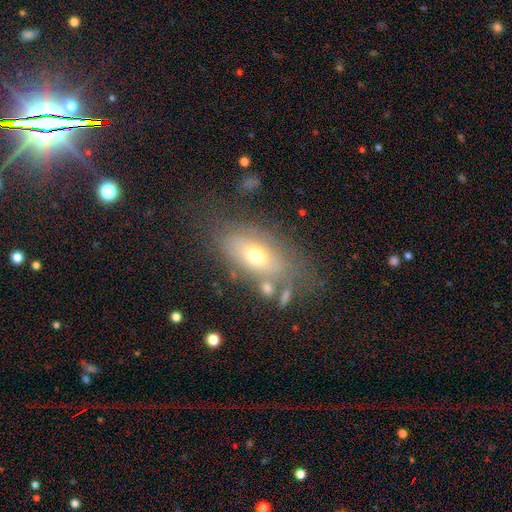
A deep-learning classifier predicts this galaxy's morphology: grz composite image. It shows a smooth galaxy with no disk features (54%) that is in between round and cigar-shaped (84%). Merging: none (60%).